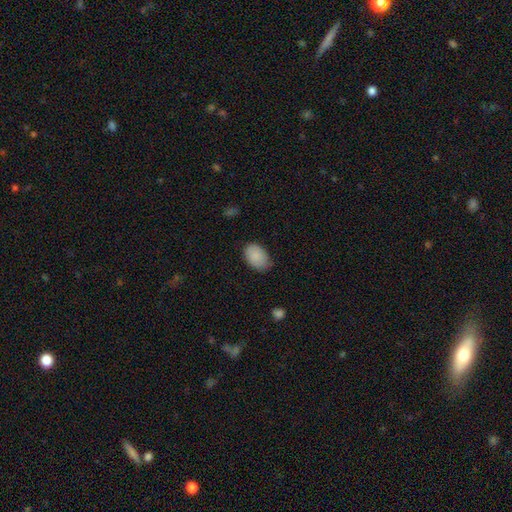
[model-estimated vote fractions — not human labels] Smooth or featured? smooth (88%)
How rounded? in between (89%)
Merging? none (75%)